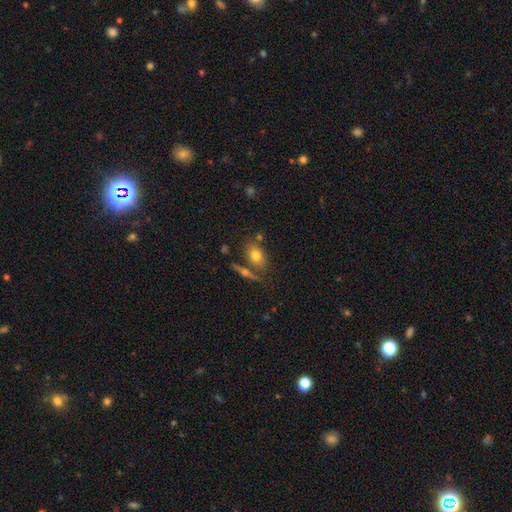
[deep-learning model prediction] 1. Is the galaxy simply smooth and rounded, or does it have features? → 72% smooth, 19% featured or disk, 9% star or artifact.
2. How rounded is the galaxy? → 76% in between, 19% round, 5% cigar-shaped.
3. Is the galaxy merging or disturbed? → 64% none, 18% merger, 14% minor disturbance, 4% major disturbance.